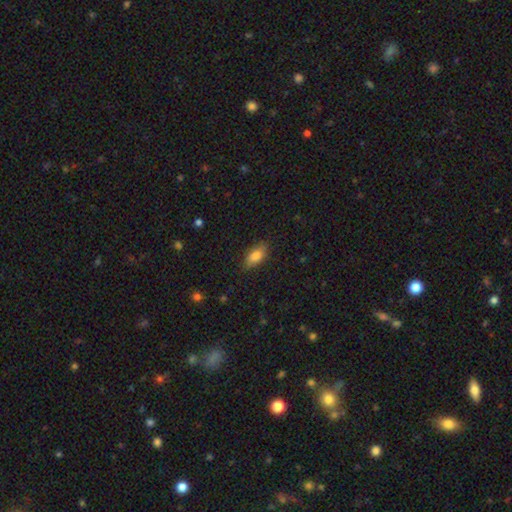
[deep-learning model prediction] Smooth or featured?
  - smooth: 80% *
  - featured or disk: 12%
  - star or artifact: 8%
How rounded?
  - in between: 88% *
  - cigar-shaped: 8%
  - round: 4%
Merging?
  - none: 81% *
  - minor disturbance: 15%
  - major disturbance: 3%
  - merger: 1%